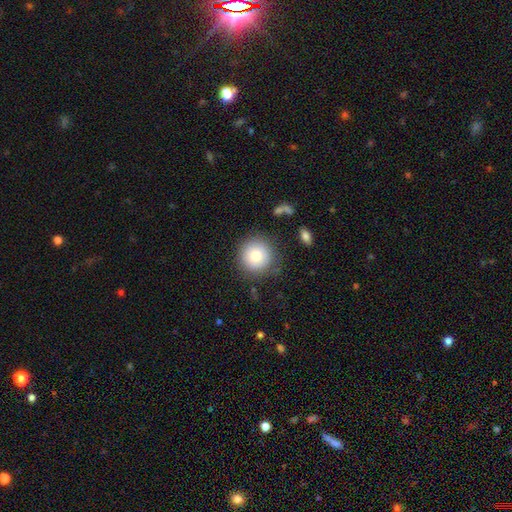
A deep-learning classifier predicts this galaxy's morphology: This appears to be a smooth galaxy with no disk features (78%) that is round (94%). Merging: none (83%).